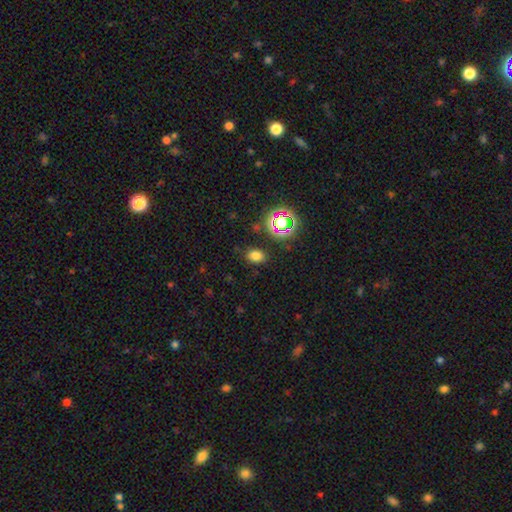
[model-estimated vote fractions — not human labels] This is likely a smooth galaxy (73%). How rounded: likely in between (69%). Merging: clearly none (84%).